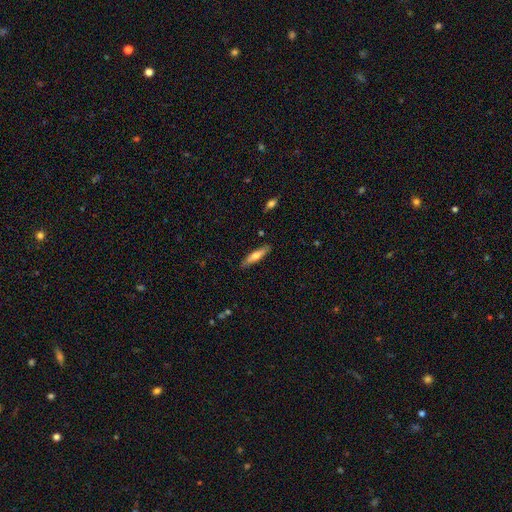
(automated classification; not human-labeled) Smooth or featured?
  - smooth: 60% *
  - featured or disk: 34%
  - star or artifact: 6%
How rounded?
  - cigar-shaped: 77% *
  - in between: 22%
  - round: 2%
Merging?
  - none: 85% *
  - minor disturbance: 11%
  - major disturbance: 2%
  - merger: 2%